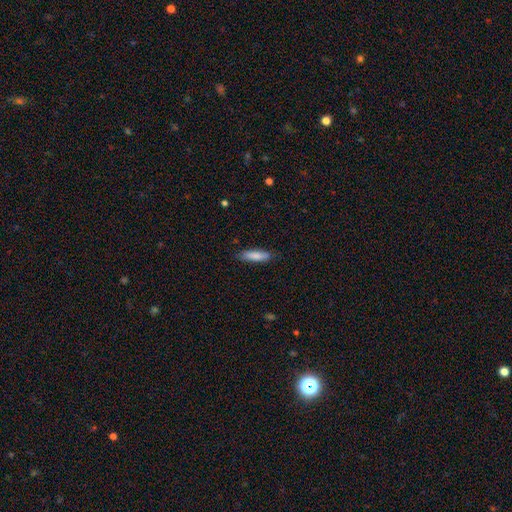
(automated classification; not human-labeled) A smooth galaxy with no disk features (83%) that is cigar-shaped (67%). Merging: none (82%).